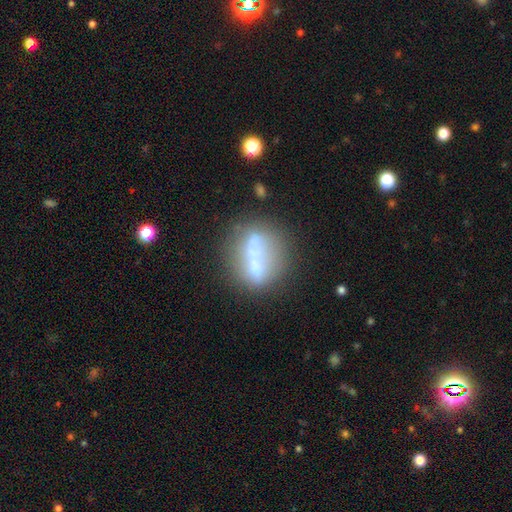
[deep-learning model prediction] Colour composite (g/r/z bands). It shows a featured or disk galaxy (45%). Merging: none (51%).